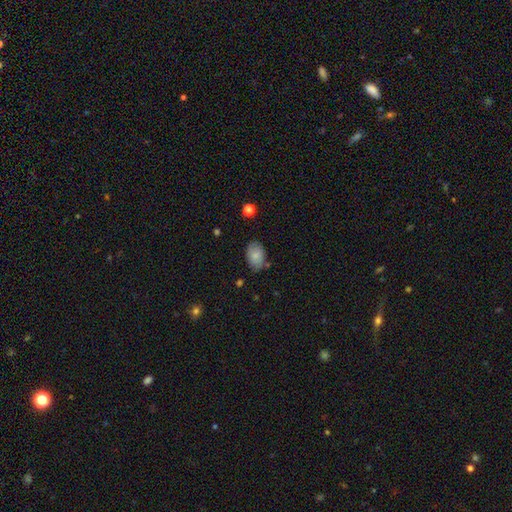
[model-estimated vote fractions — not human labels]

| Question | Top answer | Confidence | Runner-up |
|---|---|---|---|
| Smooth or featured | smooth | 77% | featured or disk (15%) |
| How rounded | in between | 87% | round (12%) |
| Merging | none | 73% | minor disturbance (20%) |